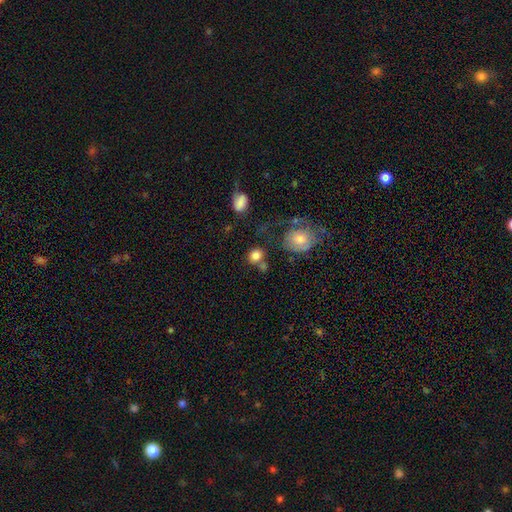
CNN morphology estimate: smooth 82%, star or artifact 9%, featured or disk 8%. Down the decision tree: how rounded — round (71%); merging — none (56%).